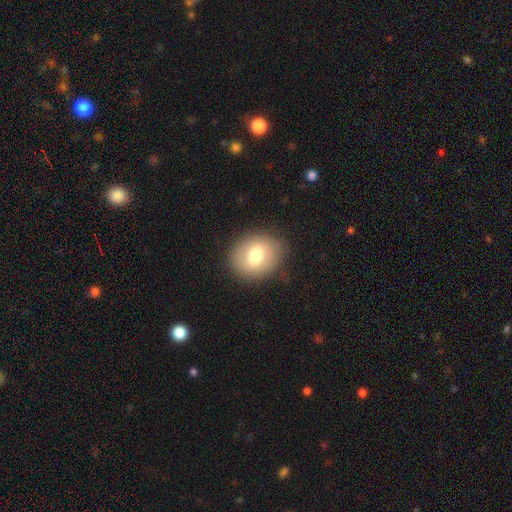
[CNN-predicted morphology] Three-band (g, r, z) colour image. It shows a smooth galaxy with no disk features (73%) that is round (56%). Merging: none (82%).